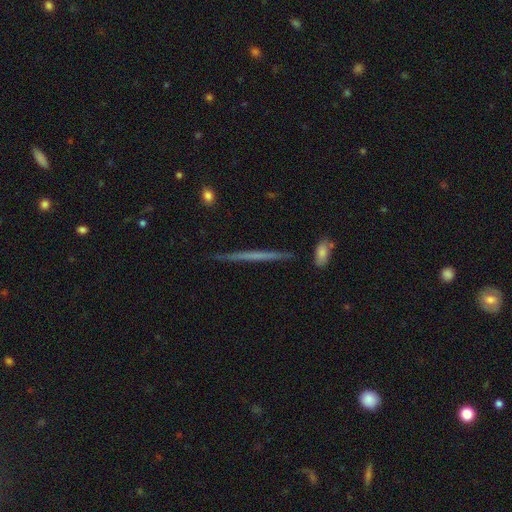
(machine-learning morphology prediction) This appears to be a featured or disk galaxy (57%) viewed edge-on (97%) with no central bulge (89%). Merging: none (88%).